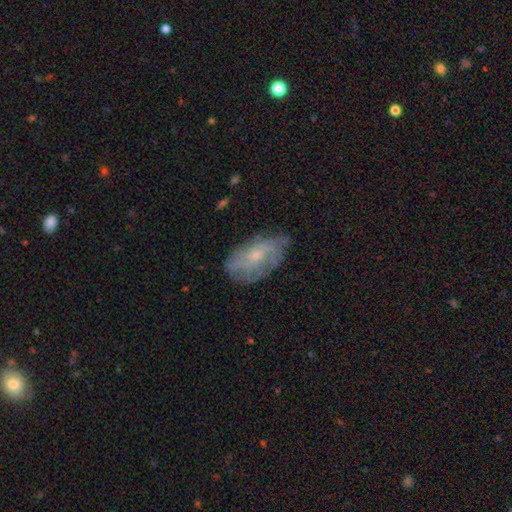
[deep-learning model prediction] Morphology: type=featured or disk (59%); edge-on=no (93%); bar=no (76%); spiral arms=yes (68%); bulge=small (68%); merging=none (65%).